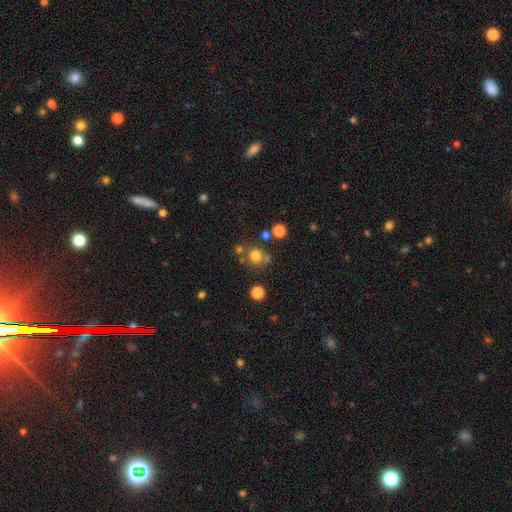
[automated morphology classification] smooth_or_featured: smooth (p=0.75) [alt: star or artifact p=0.17]
how_rounded: round (p=0.91) [alt: in between p=0.08]
merging: none (p=0.69) [alt: merger p=0.17]